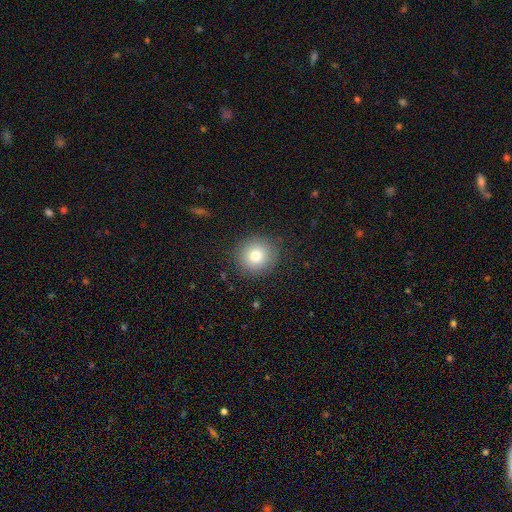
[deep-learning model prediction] smooth 78%, star or artifact 11%, featured or disk 11%. Down the decision tree: how rounded — round (92%); merging — none (89%).